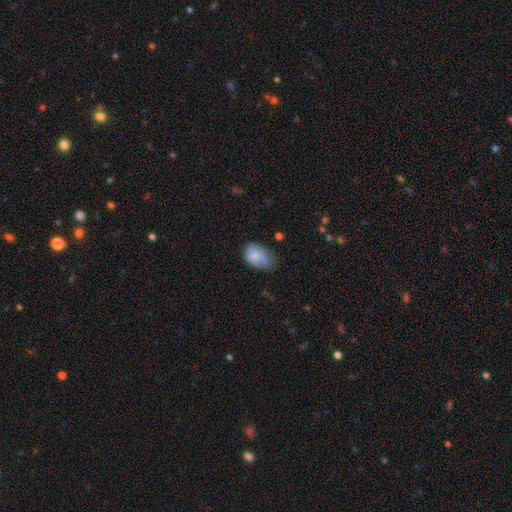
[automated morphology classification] type=smooth (81%); roundness=in between (87%); merging=none (44%).